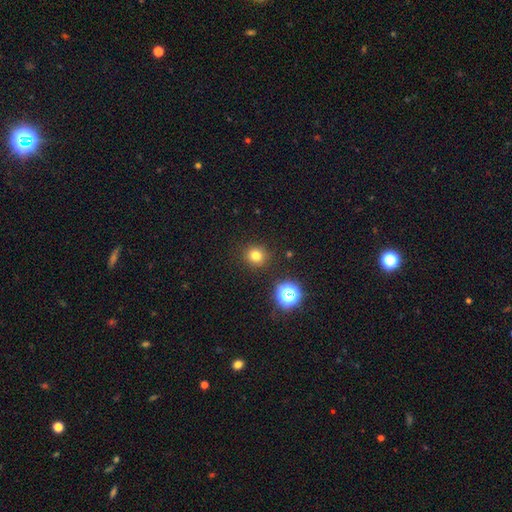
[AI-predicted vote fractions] smooth-or-featured: smooth: 77% | star or artifact: 17% | featured or disk: 6%
  how-rounded: round: 90% | in between: 9% | cigar-shaped: 1%
  merging: none: 90% | minor disturbance: 6% | major disturbance: 2% | merger: 2%